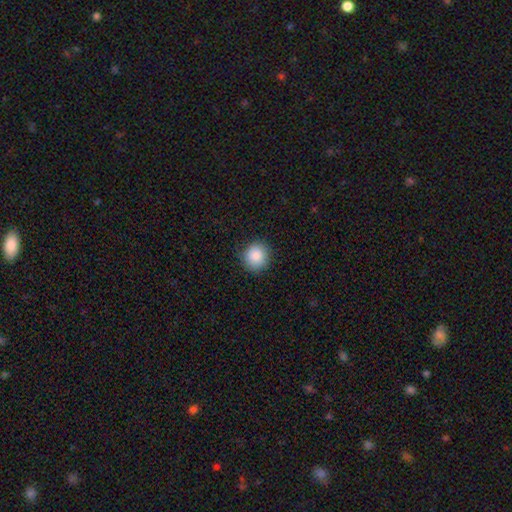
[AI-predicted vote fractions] A smooth galaxy with no disk features (88%) that is round (91%).

Vote fractions:
- Smooth or featured? smooth: 88% / star or artifact: 9% / featured or disk: 4%
- How rounded? round: 91% / in between: 8% / cigar-shaped: 1%
- Merging? none: 89% / minor disturbance: 8% / major disturbance: 2% / merger: 1%